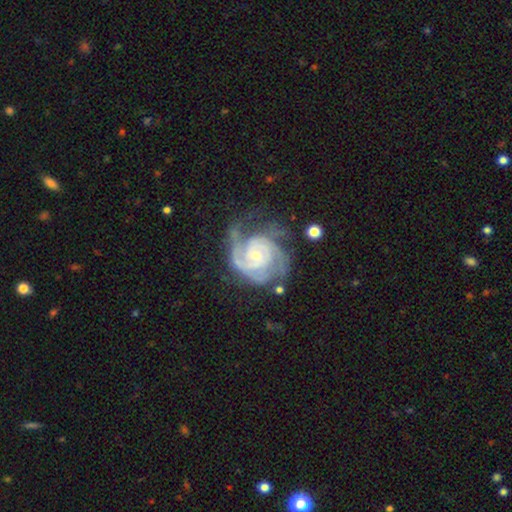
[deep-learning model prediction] A featured or disk galaxy (90%) with no bar (63%), 2 (40%) tight (63%) spiral arms (97%) and a small central bulge (69%).

Vote fractions:
- Smooth or featured? featured or disk: 90% / smooth: 6% / star or artifact: 5%
- Edge-on disk? no: 98% / yes: 2%
- Bar? no: 63% / weak: 30% / strong: 7%
- Spiral arms? yes: 97% / no: 3%
- Spiral winding? tight: 63% / medium: 31% / loose: 6%
- Spiral arm count? 2: 40% / 3: 26% / can't tell: 17% / 1: 6% / 4: 6% / more than 4: 4%
- Bulge size? small: 69% / moderate: 25% / none: 3% / large: 2% / dominant: 1%
- Merging? none: 55% / minor disturbance: 23% / major disturbance: 19% / merger: 3%